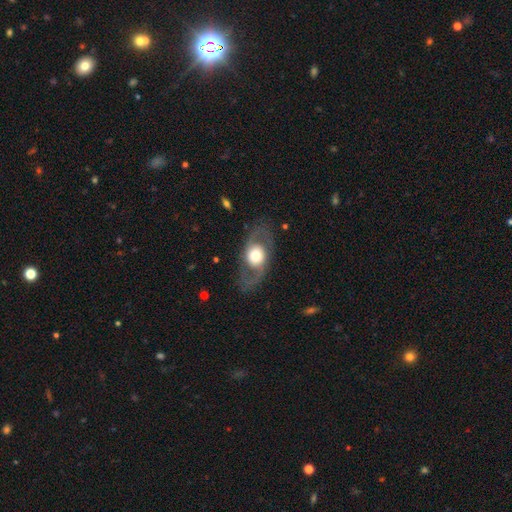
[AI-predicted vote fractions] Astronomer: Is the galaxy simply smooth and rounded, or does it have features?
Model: featured or disk — 69%.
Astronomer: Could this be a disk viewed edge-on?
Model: no — 92%.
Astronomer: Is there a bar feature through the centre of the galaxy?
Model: no — 76%.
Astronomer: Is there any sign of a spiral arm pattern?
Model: yes — 69%.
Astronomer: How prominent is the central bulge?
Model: moderate — 44% (runner-up: large, 43%).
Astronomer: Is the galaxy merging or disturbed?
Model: none — 78%.